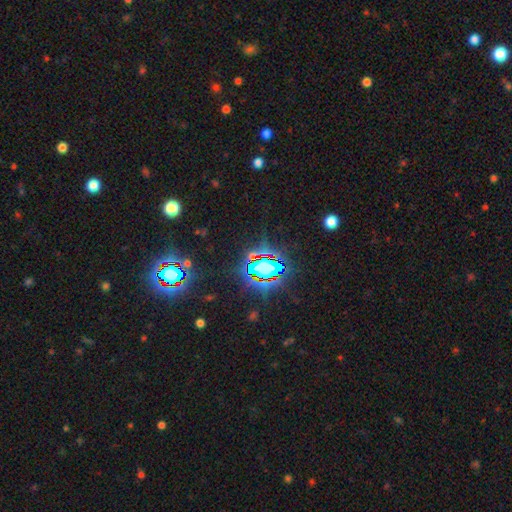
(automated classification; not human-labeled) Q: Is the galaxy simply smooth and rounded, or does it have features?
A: star or artifact — 81%.